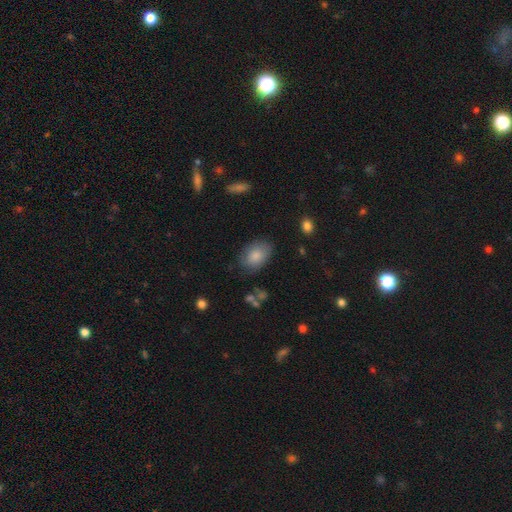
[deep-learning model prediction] Q: Smooth or featured?
A: smooth (81%); runner-up: featured or disk (12%)
Q: How rounded?
A: in between (84%); runner-up: round (15%)
Q: Merging?
A: none (73%); runner-up: minor disturbance (20%)